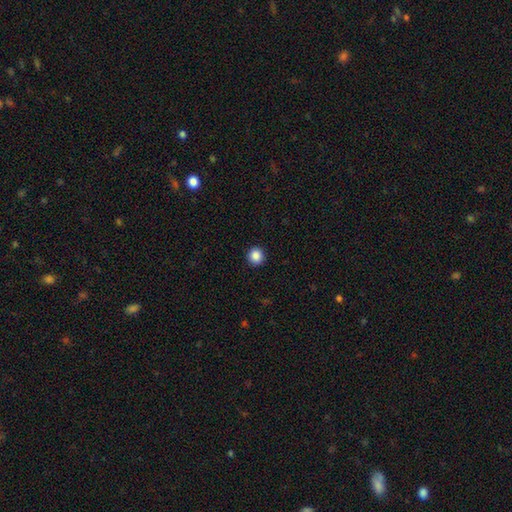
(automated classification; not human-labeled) The model was most divided on "smooth or featured": smooth: 87%, star or artifact: 10%, featured or disk: 3%. More confident: how rounded — round (94%); merging — none (93%).